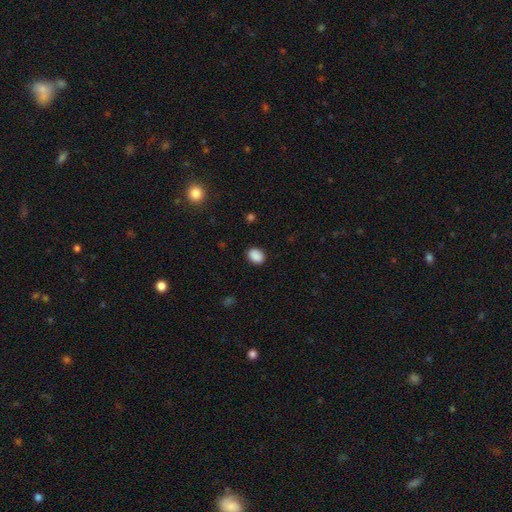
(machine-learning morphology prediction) smooth_or_featured: smooth (p=0.89) [alt: star or artifact p=0.08]
how_rounded: in between (p=0.68) [alt: round p=0.31]
merging: none (p=0.87) [alt: minor disturbance p=0.10]